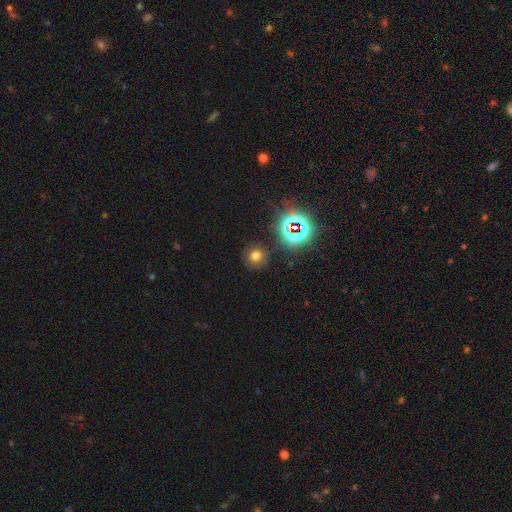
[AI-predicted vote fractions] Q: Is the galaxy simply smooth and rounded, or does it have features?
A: smooth — 63%.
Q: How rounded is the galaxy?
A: round — 91%.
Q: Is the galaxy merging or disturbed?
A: none — 85%.